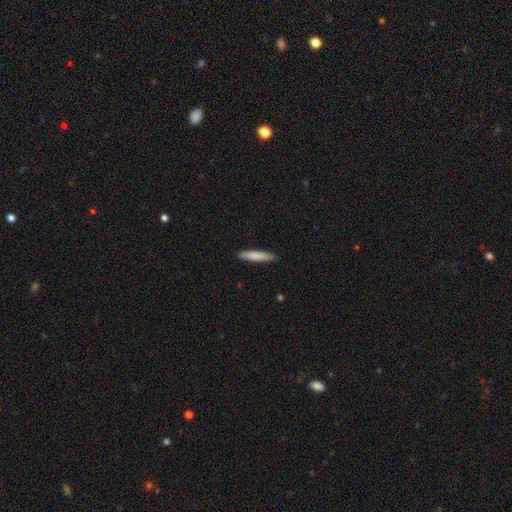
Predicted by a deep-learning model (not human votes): This is clearly a smooth galaxy (81%). How rounded: clearly cigar-shaped (87%). Merging: clearly none (90%).